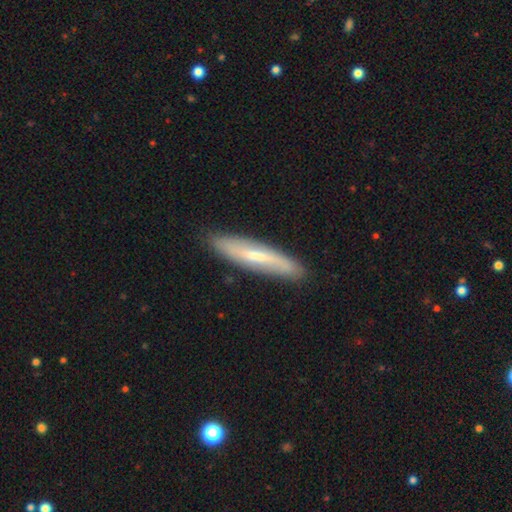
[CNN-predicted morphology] Smooth or featured: featured or disk — 48% (smooth — 46%)
Merging: none — 84% (minor disturbance — 12%)